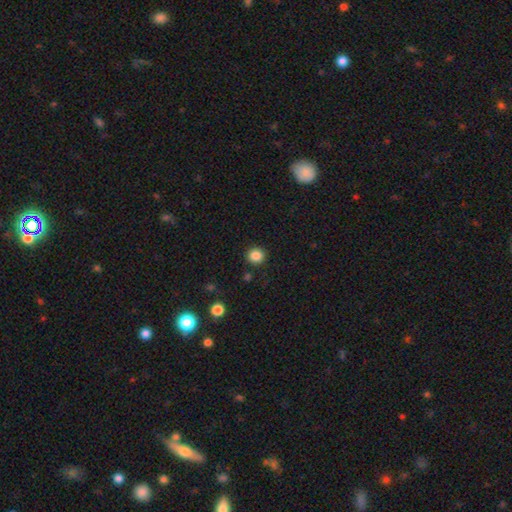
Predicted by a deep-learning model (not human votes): smooth_or_featured: smooth (p=0.85) [alt: star or artifact p=0.11]
how_rounded: round (p=0.91) [alt: in between p=0.08]
merging: none (p=0.90) [alt: minor disturbance p=0.06]